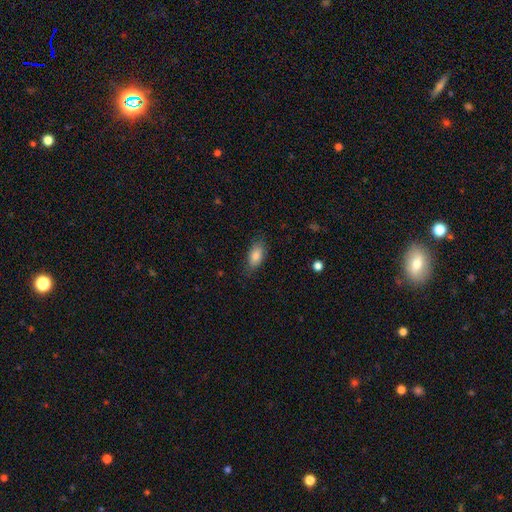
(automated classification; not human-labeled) This is clearly a smooth galaxy (84%). How rounded: clearly in between (89%). Merging: likely none (80%).